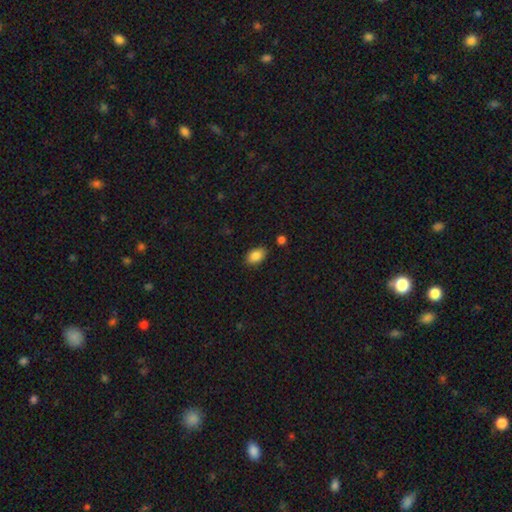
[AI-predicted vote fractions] Smooth or featured? smooth (86%)
How rounded? in between (90%)
Merging? none (83%)